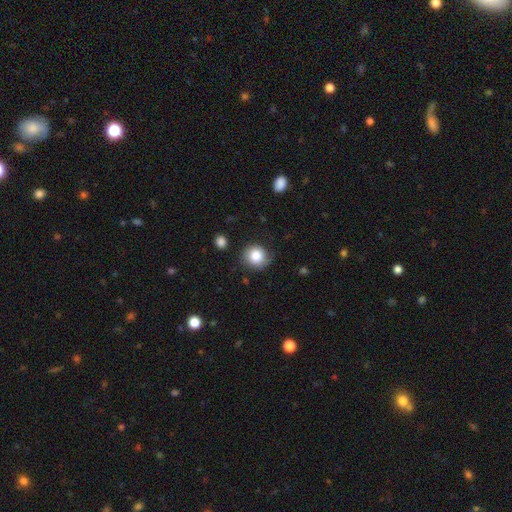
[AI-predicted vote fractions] Q: Smooth or featured?
A: smooth (82%); runner-up: featured or disk (9%)
Q: How rounded?
A: round (88%); runner-up: in between (11%)
Q: Merging?
A: none (75%); runner-up: minor disturbance (18%)